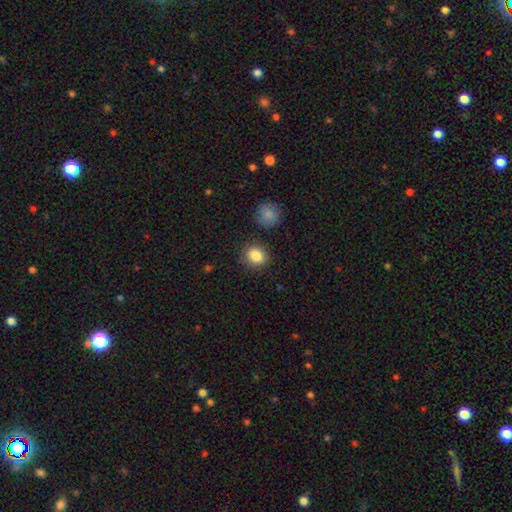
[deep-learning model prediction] Smooth or featured?
  - smooth: 85% *
  - star or artifact: 9%
  - featured or disk: 5%
How rounded?
  - round: 72% *
  - in between: 27%
  - cigar-shaped: 1%
Merging?
  - none: 85% *
  - minor disturbance: 10%
  - major disturbance: 3%
  - merger: 3%